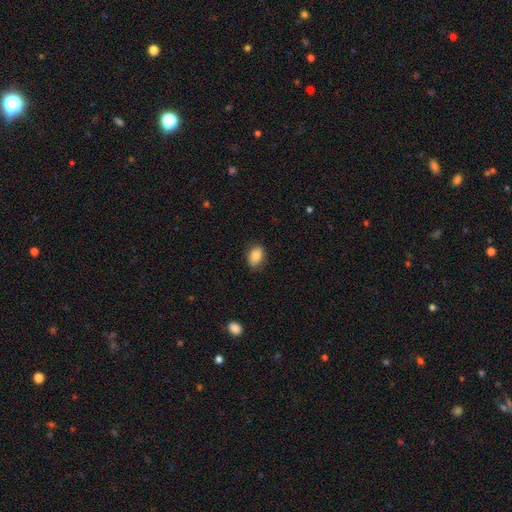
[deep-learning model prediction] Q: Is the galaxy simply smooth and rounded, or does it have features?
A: smooth — 85%.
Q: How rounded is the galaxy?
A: in between — 81%.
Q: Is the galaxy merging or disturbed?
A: none — 79%.